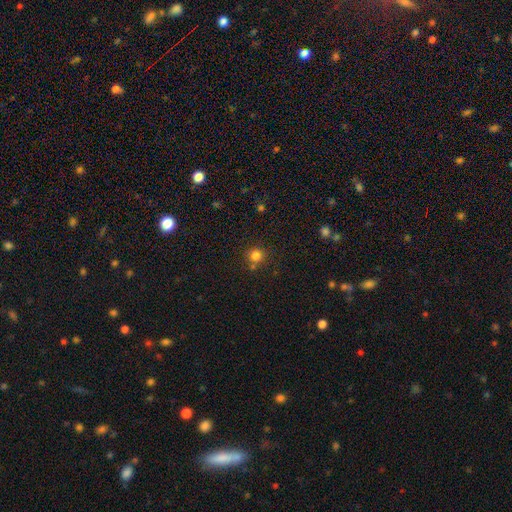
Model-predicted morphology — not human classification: Smooth or featured? Predicted: smooth (p=0.81). How rounded? Predicted: round (p=0.91). Merging? Predicted: none (p=0.74).